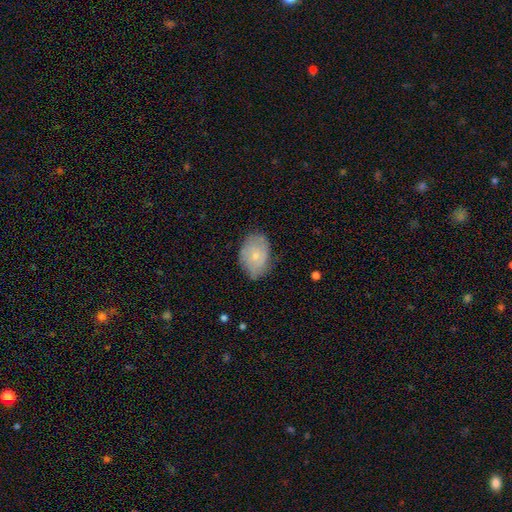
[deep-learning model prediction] Morphology: type=smooth (51%); roundness=in between (73%); merging=none (67%).